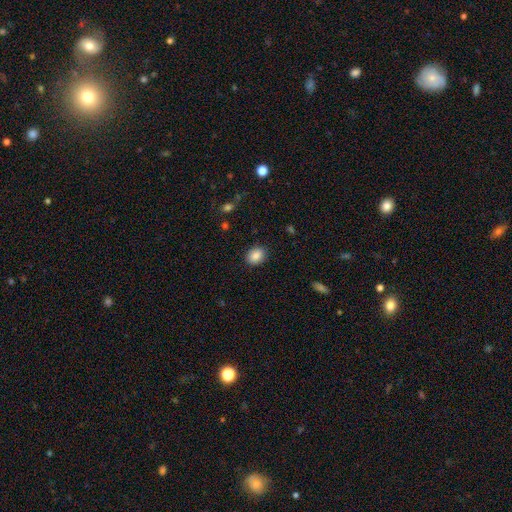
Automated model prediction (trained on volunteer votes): smooth 87%, star or artifact 8%, featured or disk 5%. Down the decision tree: how rounded — in between (57%); merging — none (89%).